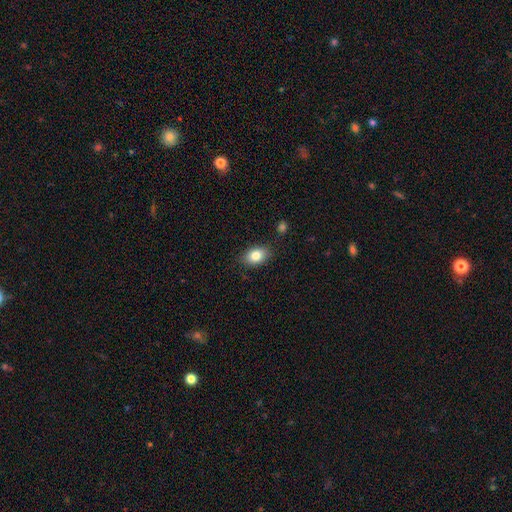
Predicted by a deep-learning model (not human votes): Morphology: type=smooth (83%); roundness=in between (81%); merging=none (84%).